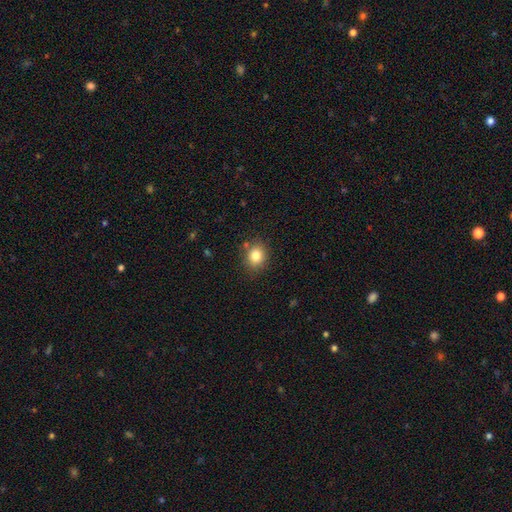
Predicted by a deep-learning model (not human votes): smooth-or-featured: smooth: 82% | star or artifact: 11% | featured or disk: 7%
  how-rounded: round: 69% | in between: 31% | cigar-shaped: 1%
  merging: none: 83% | minor disturbance: 11% | merger: 4% | major disturbance: 3%